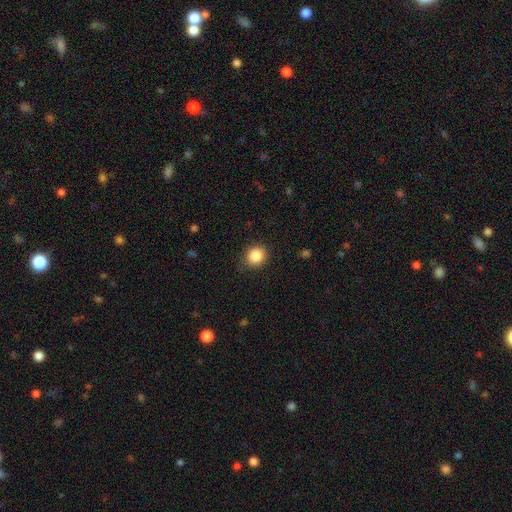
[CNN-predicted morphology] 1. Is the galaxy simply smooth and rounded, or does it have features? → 86% smooth, 10% star or artifact, 4% featured or disk.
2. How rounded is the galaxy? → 80% round, 19% in between, 1% cigar-shaped.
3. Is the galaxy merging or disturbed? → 83% none, 13% minor disturbance, 3% major disturbance, 1% merger.